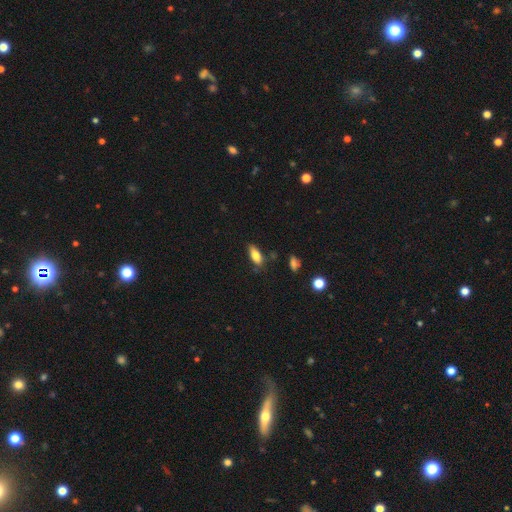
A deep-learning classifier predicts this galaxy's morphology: This appears to be a smooth galaxy with no disk features (77%) that is in between round and cigar-shaped (80%). Merging: none (75%).